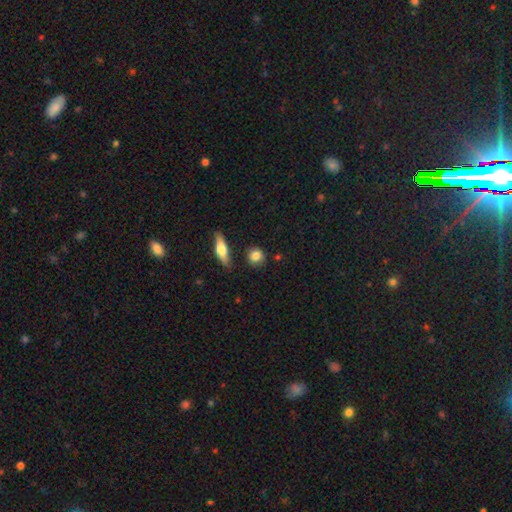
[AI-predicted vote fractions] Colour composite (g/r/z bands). It shows a smooth galaxy with no disk features (84%) that is round (82%). Merging: none (81%).